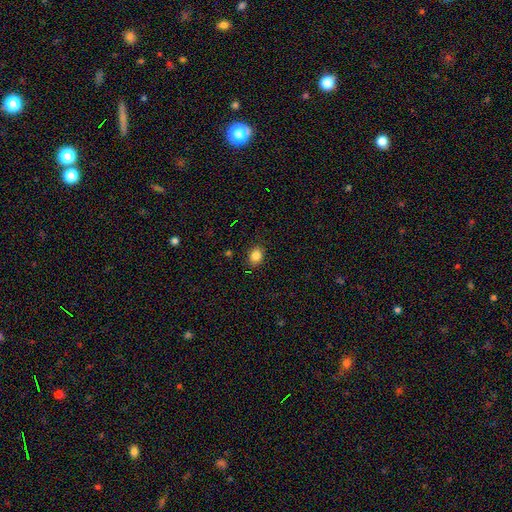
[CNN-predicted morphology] This is clearly a smooth galaxy (84%). How rounded: possibly round (50%). Merging: clearly none (88%).